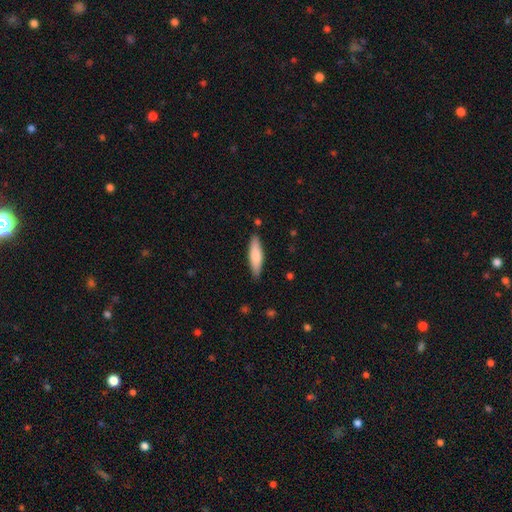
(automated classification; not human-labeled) smooth_or_featured: smooth (p=0.77) [alt: featured or disk p=0.18]
how_rounded: cigar-shaped (p=0.62) [alt: in between p=0.36]
merging: none (p=0.86) [alt: minor disturbance p=0.11]